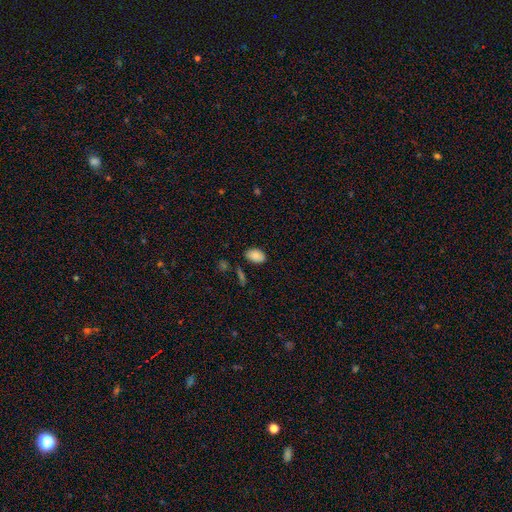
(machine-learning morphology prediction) Smooth or featured?
  - smooth: 88% *
  - star or artifact: 8%
  - featured or disk: 5%
How rounded?
  - in between: 92% *
  - round: 7%
  - cigar-shaped: 1%
Merging?
  - none: 82% *
  - minor disturbance: 12%
  - merger: 3%
  - major disturbance: 3%